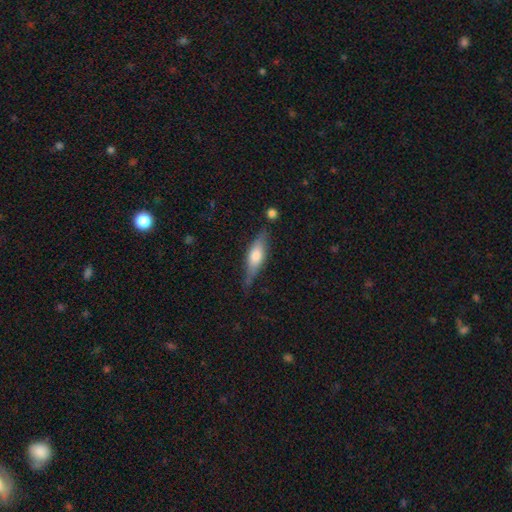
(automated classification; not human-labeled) Q: Smooth or featured?
A: smooth (56%); runner-up: featured or disk (38%)
Q: How rounded?
A: cigar-shaped (49%); tied with: in between (49%)
Q: Merging?
A: none (65%); runner-up: minor disturbance (25%)